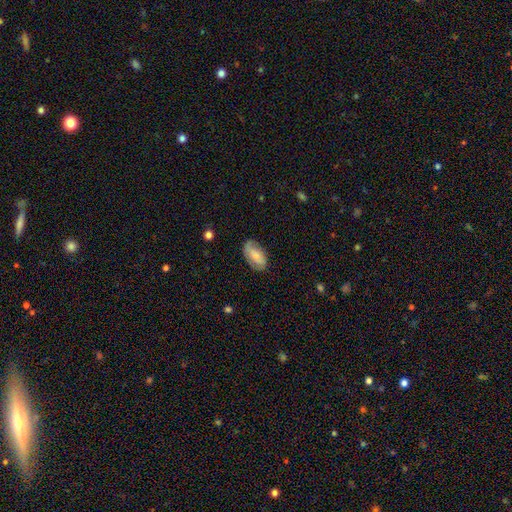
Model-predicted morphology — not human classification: The model was most divided on "smooth or featured": smooth: 60%, featured or disk: 33%, star or artifact: 7%. More confident: how rounded — in between (93%); merging — none (70%).